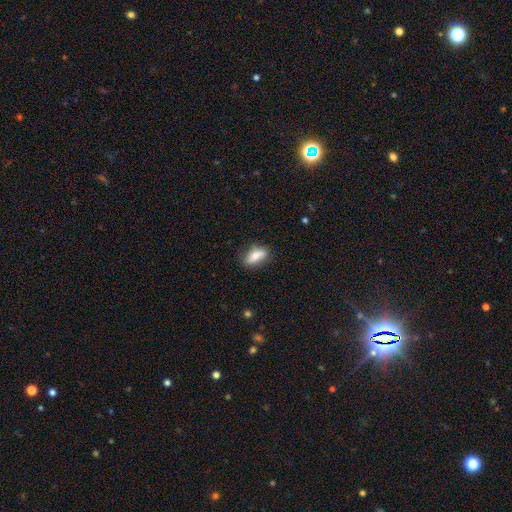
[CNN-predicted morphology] Smooth or featured? smooth (69%)
How rounded? in between (79%)
Merging? none (74%)